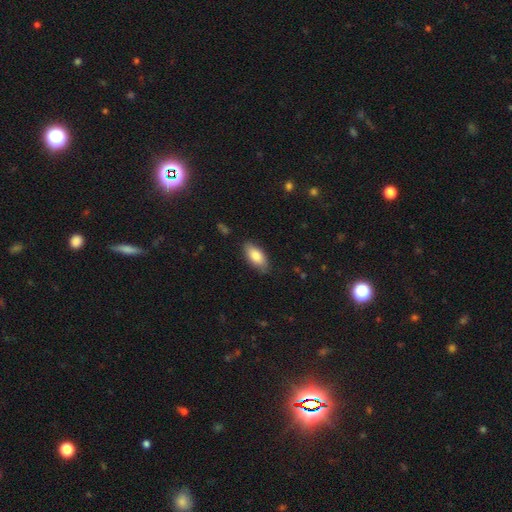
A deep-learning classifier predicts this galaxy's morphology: Smooth or featured: smooth — 81% (featured or disk — 13%)
How rounded: in between — 90% (cigar-shaped — 8%)
Merging: none — 81% (minor disturbance — 15%)